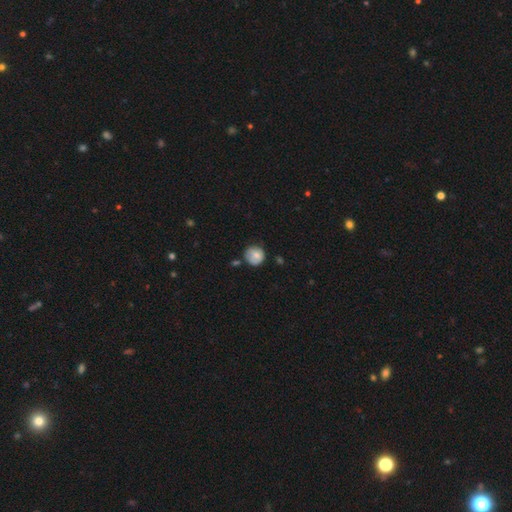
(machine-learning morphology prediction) A smooth galaxy with no disk features (74%) that is round (90%).

Vote fractions:
- Smooth or featured? smooth: 74% / featured or disk: 18% / star or artifact: 7%
- How rounded? round: 90% / in between: 9% / cigar-shaped: 1%
- Merging? none: 70% / minor disturbance: 22% / merger: 4% / major disturbance: 4%